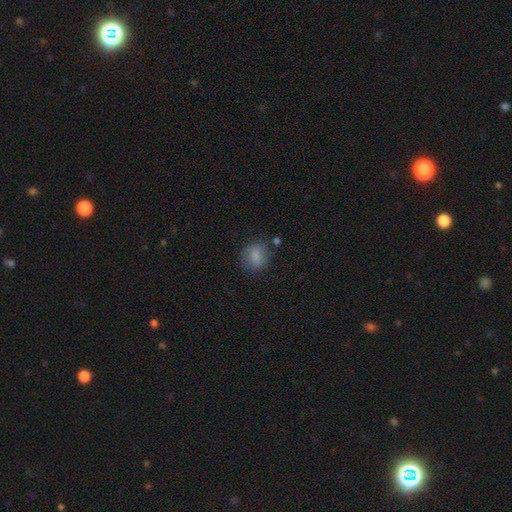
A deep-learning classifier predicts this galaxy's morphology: smooth-or-featured: smooth: 79% | featured or disk: 12% | star or artifact: 10%
  how-rounded: round: 51% | in between: 47% | cigar-shaped: 2%
  merging: none: 70% | minor disturbance: 19% | major disturbance: 7% | merger: 4%